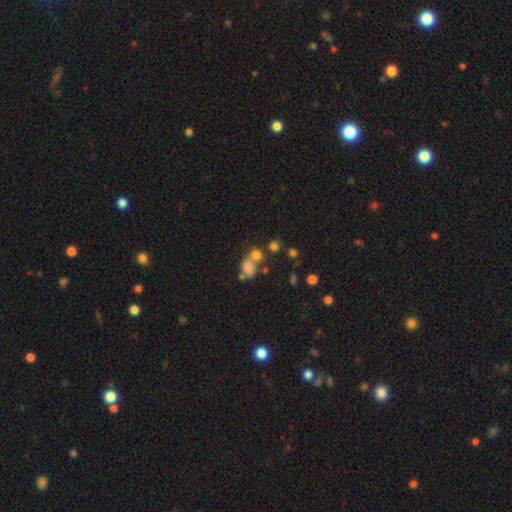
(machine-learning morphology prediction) Smooth or featured? smooth (69%)
How rounded? round (59%)
Merging? merger (46%)